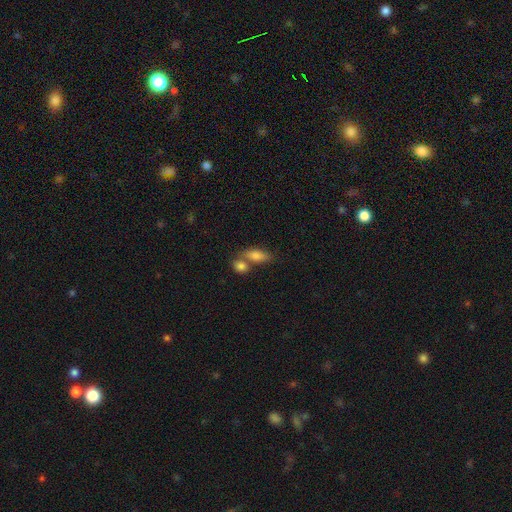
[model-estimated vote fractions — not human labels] The model was most divided on "merging": merger: 44%, none: 43%, minor disturbance: 10%, major disturbance: 4%. More confident: smooth or featured — smooth (80%); how rounded — in between (78%).